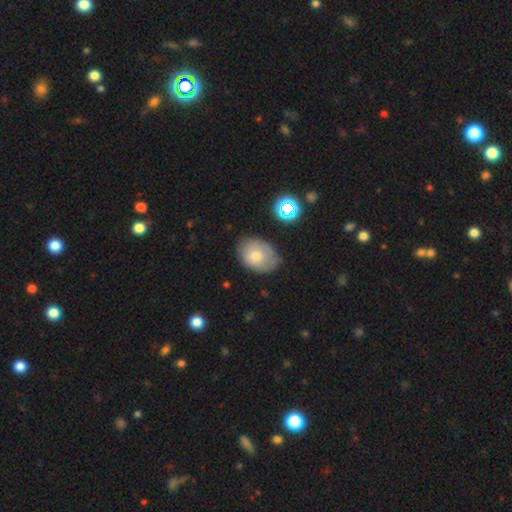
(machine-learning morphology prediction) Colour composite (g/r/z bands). It shows a smooth galaxy with no disk features (71%) that is in between round and cigar-shaped (70%). Merging: none (65%).